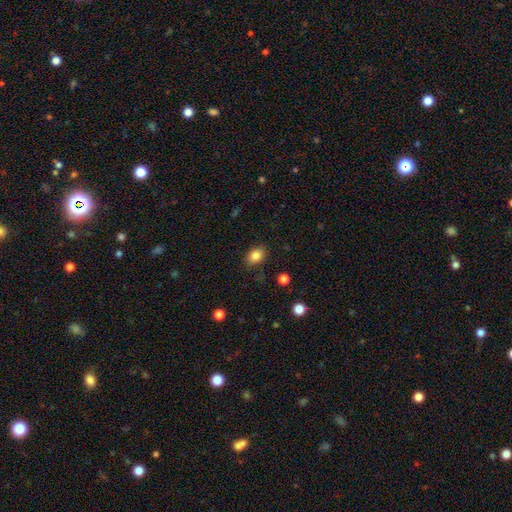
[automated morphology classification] The model was most divided on "how rounded": in between: 78%, round: 21%, cigar-shaped: 1%. More confident: smooth or featured — smooth (84%); merging — none (84%).